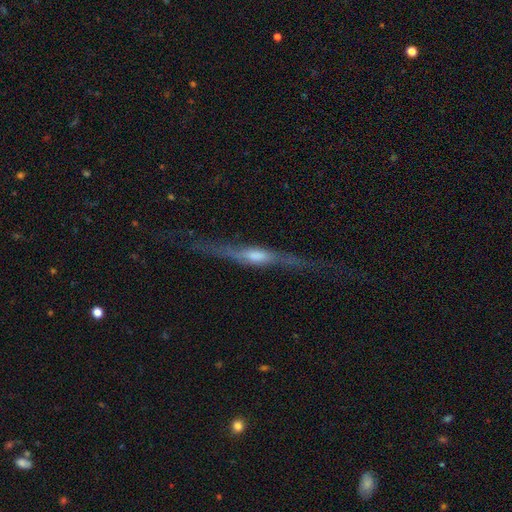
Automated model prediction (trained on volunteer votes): A featured or disk galaxy (76%) viewed edge-on (93%) with a rounded central bulge (60%). Merging: none (74%).